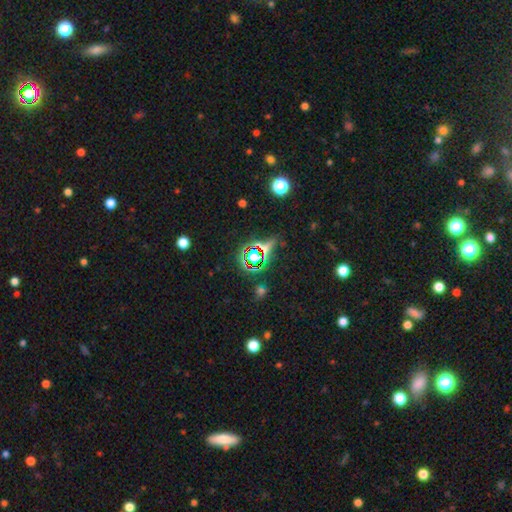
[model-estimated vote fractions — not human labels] This is likely a star or artifact rather than a galaxy (69%).